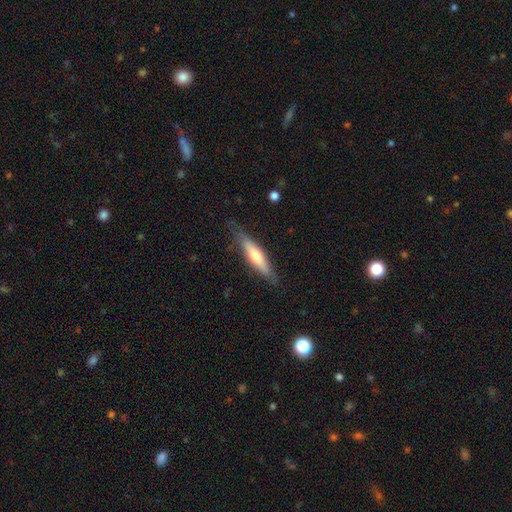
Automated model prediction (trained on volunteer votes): A smooth galaxy with no disk features (54%) that is cigar-shaped (83%). Merging: none (82%).